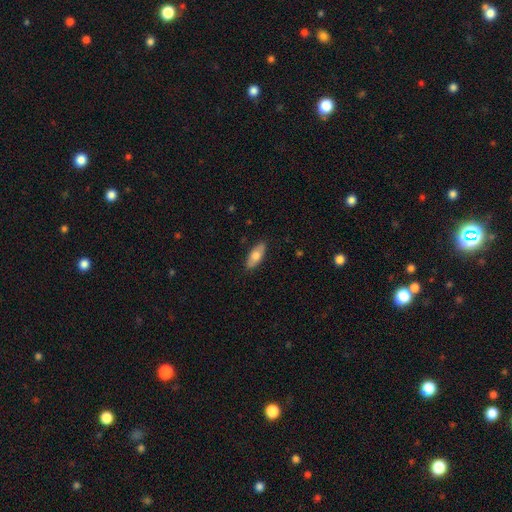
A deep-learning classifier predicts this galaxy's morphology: type=smooth (71%); roundness=in between (76%); merging=none (88%).